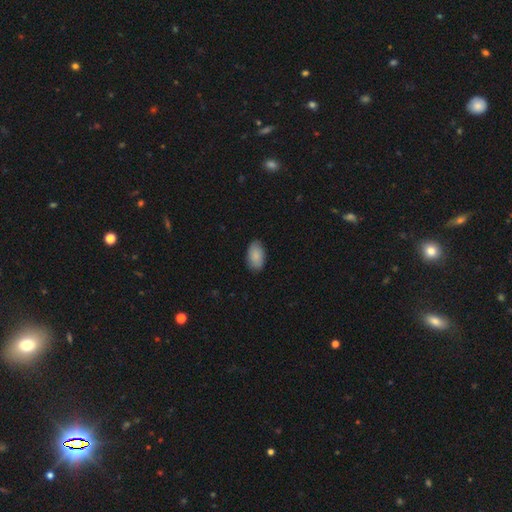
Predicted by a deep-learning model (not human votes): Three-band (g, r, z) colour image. It shows a smooth galaxy with no disk features (87%) that is in between round and cigar-shaped (94%). Merging: none (85%).